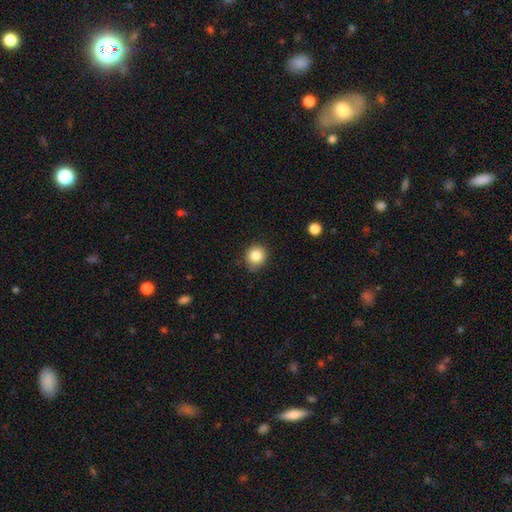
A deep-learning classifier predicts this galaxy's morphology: type=smooth (85%); roundness=round (87%); merging=none (82%).